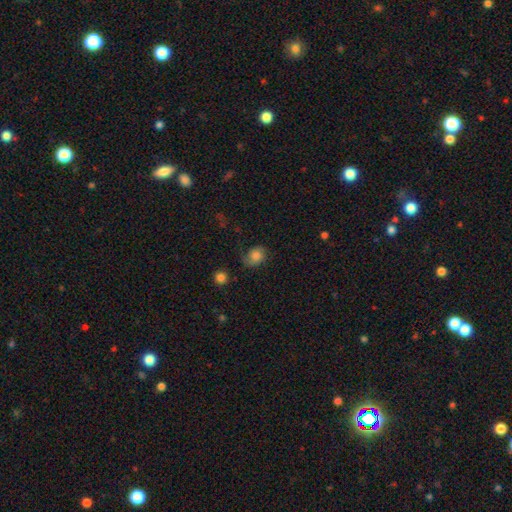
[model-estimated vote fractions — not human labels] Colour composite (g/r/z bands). It shows a smooth galaxy with no disk features (70%) that is round (59%). Merging: none (58%).